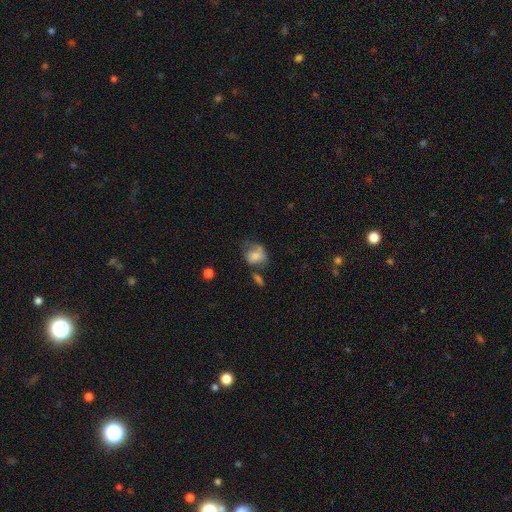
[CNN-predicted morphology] smooth 71%, featured or disk 20%, star or artifact 9%. Down the decision tree: how rounded — in between (53%); merging — none (32%).